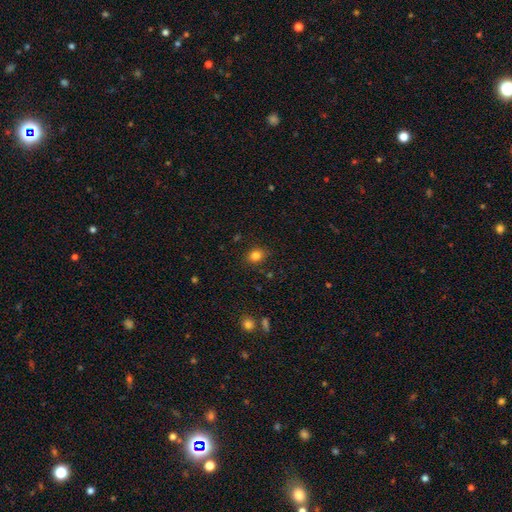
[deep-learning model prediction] Smooth or featured: smooth — 82% (star or artifact — 12%)
How rounded: round — 53% (in between — 46%)
Merging: none — 84% (minor disturbance — 12%)